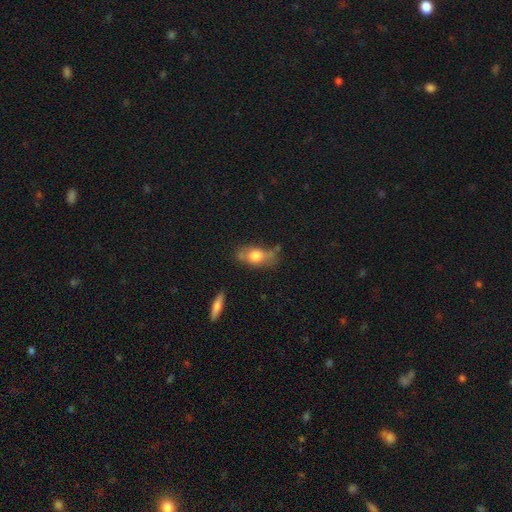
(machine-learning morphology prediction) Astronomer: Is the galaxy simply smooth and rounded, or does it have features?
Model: smooth — 67%.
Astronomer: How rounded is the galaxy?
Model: in between — 75%.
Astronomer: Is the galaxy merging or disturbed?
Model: none — 49% (runner-up: minor disturbance, 29%).